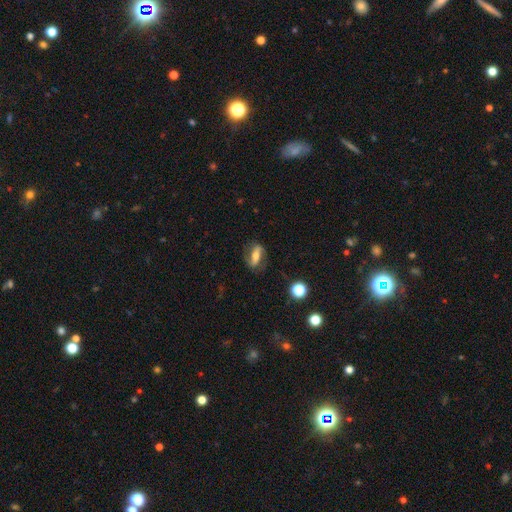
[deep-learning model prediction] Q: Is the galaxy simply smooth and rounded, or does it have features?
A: featured or disk — 61%.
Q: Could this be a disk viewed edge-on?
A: no — 84%.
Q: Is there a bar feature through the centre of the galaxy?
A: strong — 57%.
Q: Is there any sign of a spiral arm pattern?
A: yes — 80%.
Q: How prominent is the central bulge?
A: moderate — 55%.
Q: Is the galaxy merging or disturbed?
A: none — 76%.